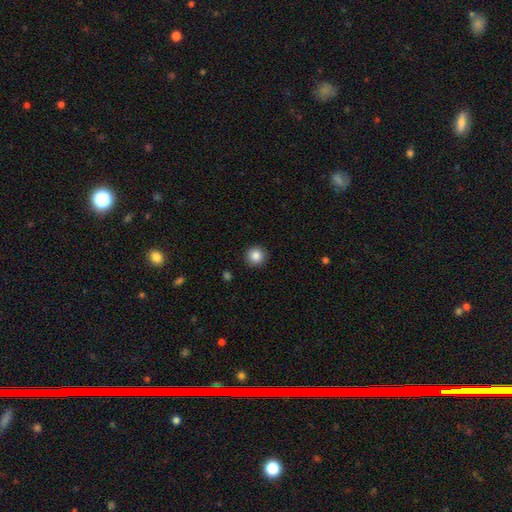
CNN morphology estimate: A smooth galaxy with no disk features (87%) that is round (95%).

Vote fractions:
- Smooth or featured? smooth: 87% / star or artifact: 10% / featured or disk: 4%
- How rounded? round: 95% / in between: 4% / cigar-shaped: 1%
- Merging? none: 92% / minor disturbance: 5% / major disturbance: 2% / merger: 1%